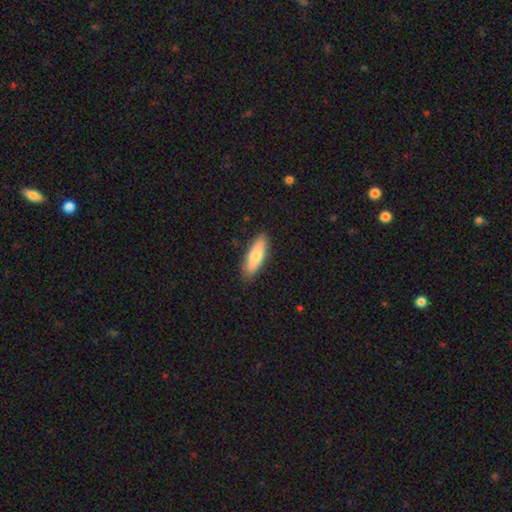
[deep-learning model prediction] smooth_or_featured: smooth (p=0.76) [alt: featured or disk p=0.18]
how_rounded: in between (p=0.52) [alt: cigar-shaped p=0.46]
merging: none (p=0.87) [alt: minor disturbance p=0.10]